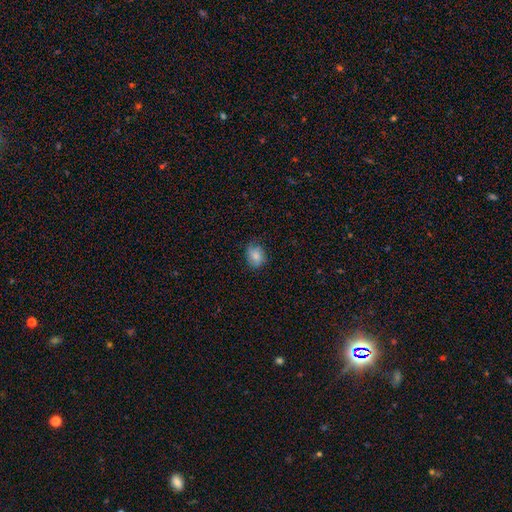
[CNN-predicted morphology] A smooth galaxy with no disk features (77%) that is round (50%).

Vote fractions:
- Smooth or featured? smooth: 77% / featured or disk: 14% / star or artifact: 8%
- How rounded? round: 50% / in between: 49% / cigar-shaped: 1%
- Merging? none: 70% / minor disturbance: 23% / major disturbance: 5% / merger: 1%